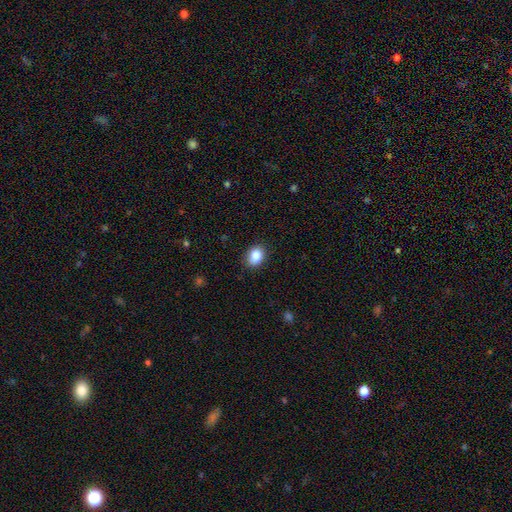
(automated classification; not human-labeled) This appears to be a smooth galaxy with no disk features (87%) that is in between round and cigar-shaped (69%). Merging: none (85%).